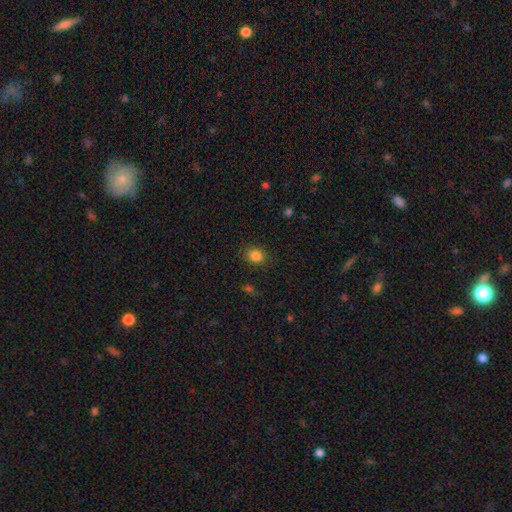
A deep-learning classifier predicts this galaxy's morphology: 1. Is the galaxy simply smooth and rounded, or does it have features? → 83% smooth, 12% star or artifact, 5% featured or disk.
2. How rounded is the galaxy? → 59% round, 40% in between, 1% cigar-shaped.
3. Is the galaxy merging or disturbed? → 86% none, 10% minor disturbance, 3% major disturbance, 1% merger.